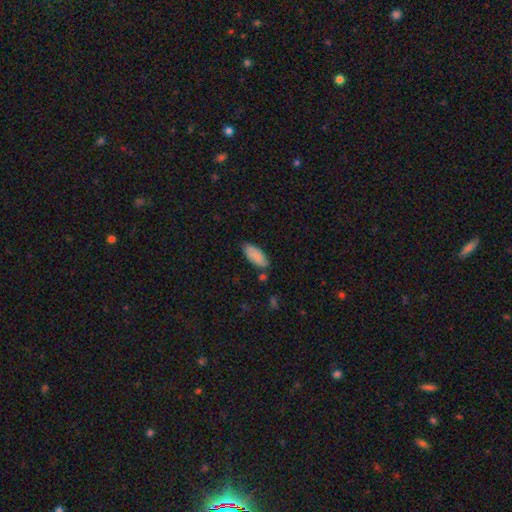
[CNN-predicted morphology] This is clearly a smooth galaxy (87%). How rounded: clearly in between (87%). Merging: likely none (76%).